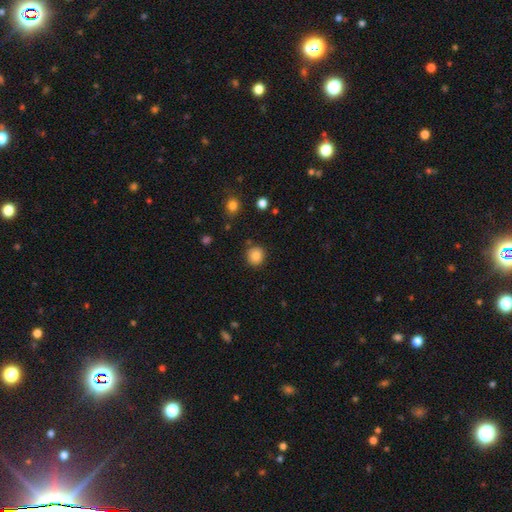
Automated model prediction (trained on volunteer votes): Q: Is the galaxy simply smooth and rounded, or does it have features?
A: smooth — 86%.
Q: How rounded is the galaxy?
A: round — 87%.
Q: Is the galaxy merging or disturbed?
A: none — 85%.